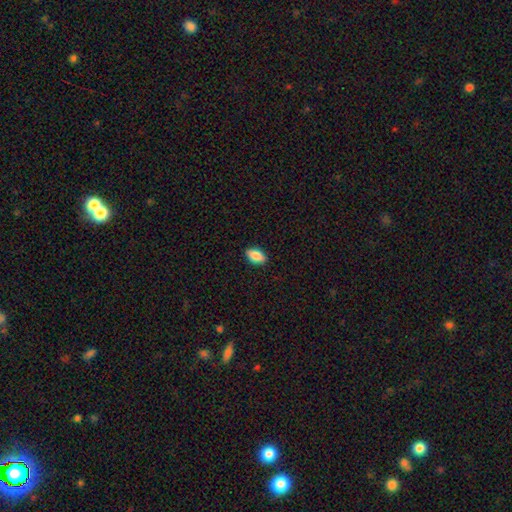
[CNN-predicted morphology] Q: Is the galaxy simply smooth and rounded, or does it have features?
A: smooth — 86%.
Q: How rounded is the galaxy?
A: in between — 92%.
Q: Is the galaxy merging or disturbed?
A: none — 89%.